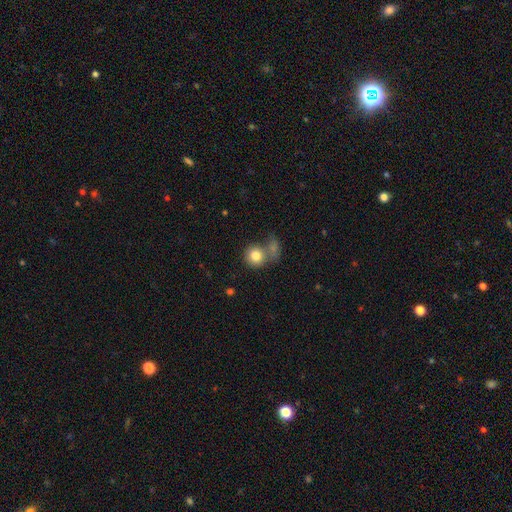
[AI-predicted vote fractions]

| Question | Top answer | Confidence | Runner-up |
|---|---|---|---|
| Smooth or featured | smooth | 81% | featured or disk (10%) |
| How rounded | round | 86% | in between (12%) |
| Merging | none | 51% | merger (32%) |